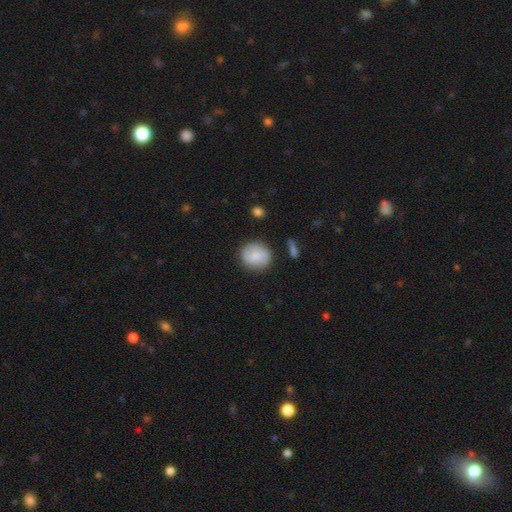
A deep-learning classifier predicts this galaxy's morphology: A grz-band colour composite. It shows a smooth galaxy with no disk features (72%) that is round (86%). Merging: none (83%).